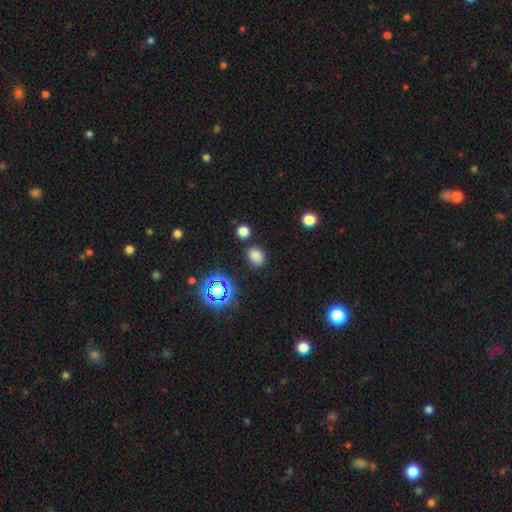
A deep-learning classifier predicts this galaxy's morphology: Smooth or featured? smooth (76%)
How rounded? in between (54%)
Merging? none (81%)